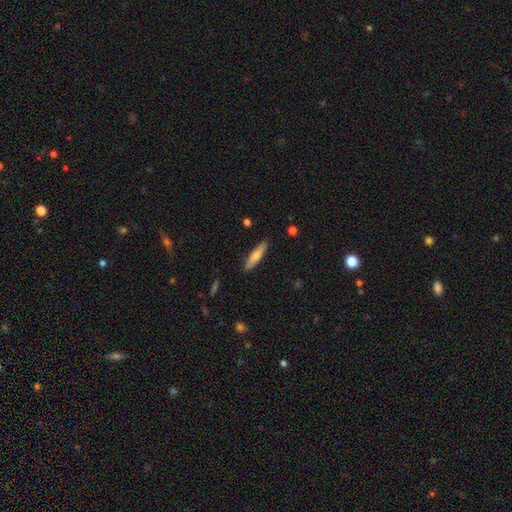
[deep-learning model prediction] Morphology: type=smooth (72%); roundness=cigar-shaped (80%); merging=none (88%).